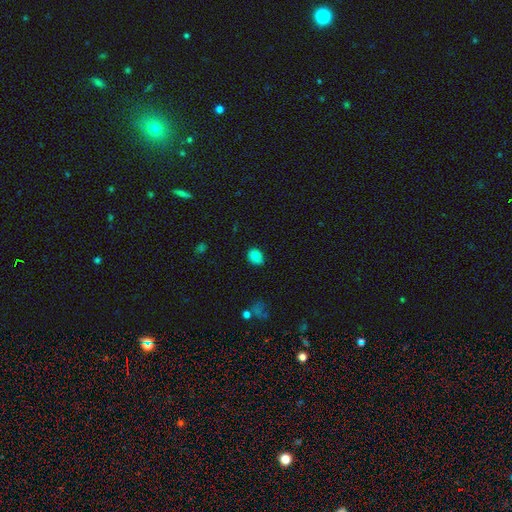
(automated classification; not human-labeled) smooth-or-featured: smooth: 81% | star or artifact: 10% | featured or disk: 9%
  how-rounded: round: 58% | in between: 41% | cigar-shaped: 1%
  merging: none: 79% | minor disturbance: 16% | major disturbance: 3% | merger: 1%